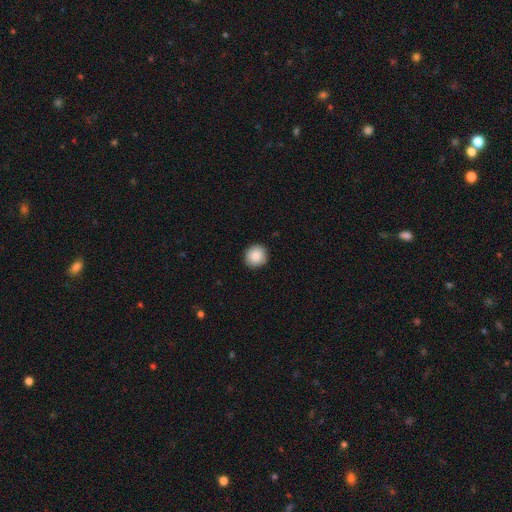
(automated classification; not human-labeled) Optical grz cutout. It shows a smooth galaxy with no disk features (89%) that is round (90%). Merging: none (90%).